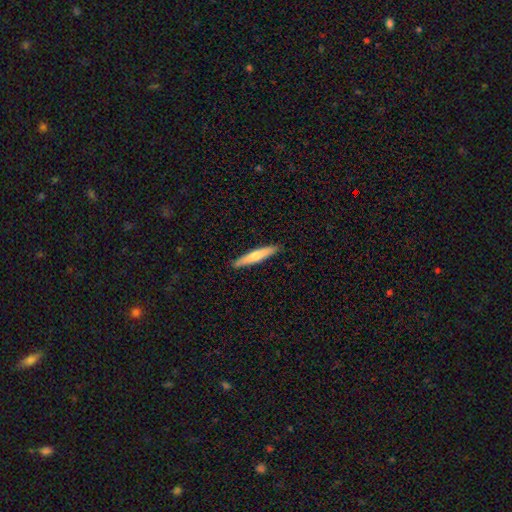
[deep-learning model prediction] This is likely a smooth galaxy (63%). How rounded: clearly cigar-shaped (92%). Merging: clearly none (90%).